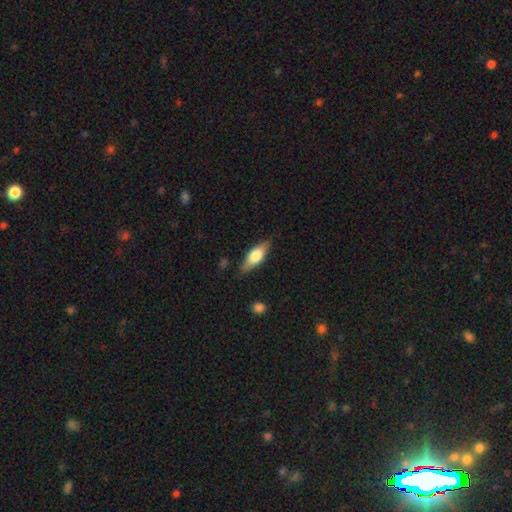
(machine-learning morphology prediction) type=smooth (61%); roundness=in between (67%); merging=none (80%).